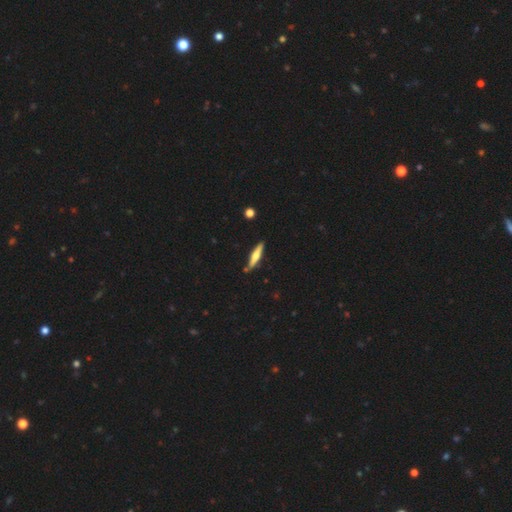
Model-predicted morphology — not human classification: Smooth or featured? Predicted: featured or disk (p=0.50). Edge-on disk? Predicted: yes (p=0.95). Merging? Predicted: none (p=0.82).